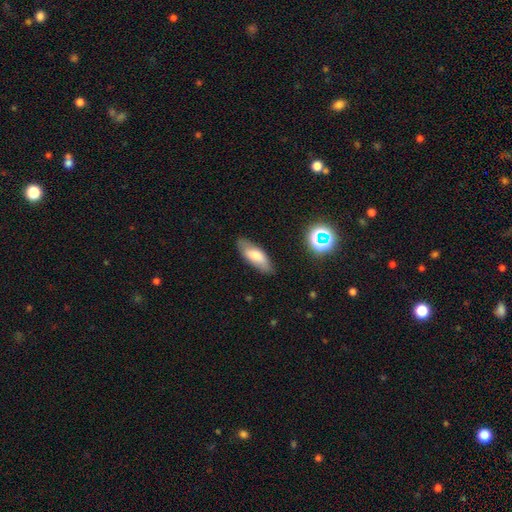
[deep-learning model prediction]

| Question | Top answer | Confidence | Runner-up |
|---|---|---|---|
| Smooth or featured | smooth | 68% | featured or disk (24%) |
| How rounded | in between | 72% | cigar-shaped (25%) |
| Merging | none | 80% | minor disturbance (15%) |